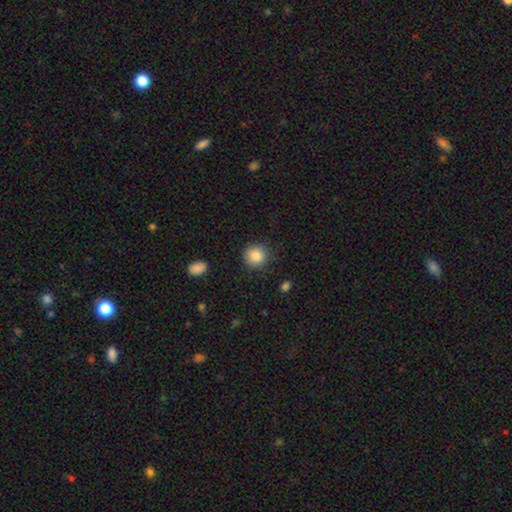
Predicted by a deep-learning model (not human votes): Smooth or featured? Predicted: smooth (p=0.87). How rounded? Predicted: round (p=0.91). Merging? Predicted: none (p=0.86).